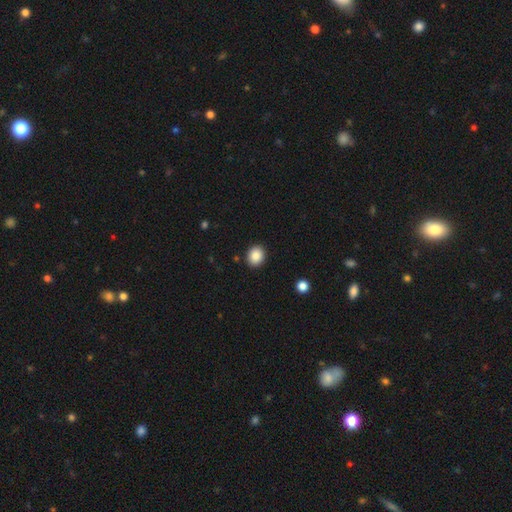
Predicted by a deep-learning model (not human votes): This appears to be a smooth galaxy with no disk features (87%) that is round (67%). Merging: none (90%).